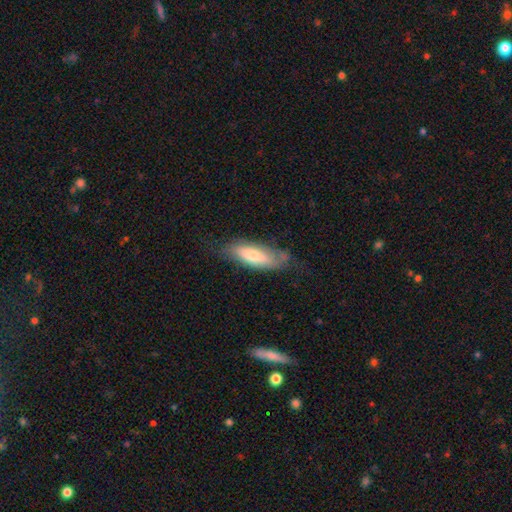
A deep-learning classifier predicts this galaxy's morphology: Q: Smooth or featured?
A: smooth (67%); runner-up: featured or disk (28%)
Q: How rounded?
A: in between (65%); runner-up: cigar-shaped (33%)
Q: Merging?
A: none (61%); runner-up: minor disturbance (27%)